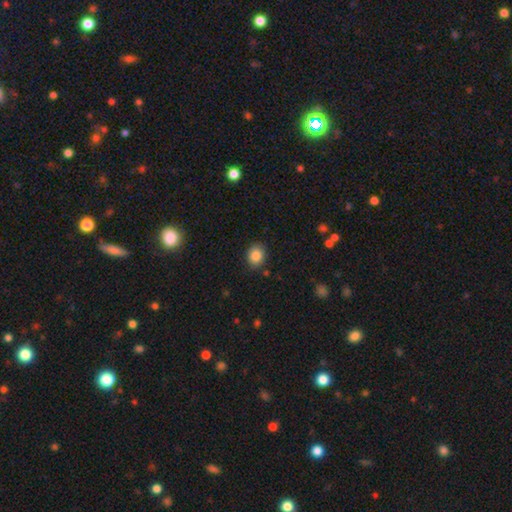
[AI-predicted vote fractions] Smooth or featured?
  - smooth: 86% *
  - star or artifact: 9%
  - featured or disk: 5%
How rounded?
  - round: 57% *
  - in between: 42%
  - cigar-shaped: 1%
Merging?
  - none: 86% *
  - minor disturbance: 10%
  - major disturbance: 3%
  - merger: 2%